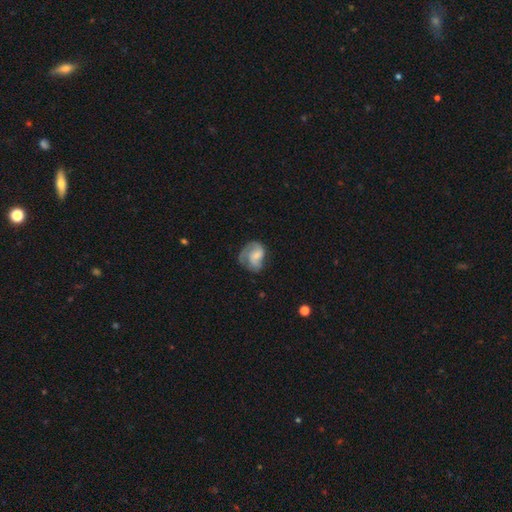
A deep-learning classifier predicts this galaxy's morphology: smooth_or_featured: featured or disk (p=0.55) [alt: smooth p=0.38]
disk_edge_on: no (p=0.97) [alt: yes p=0.03]
bar: no (p=0.60) [alt: weak p=0.32]
has_spiral_arms: yes (p=0.80) [alt: no p=0.20]
bulge_size: small (p=0.38) [alt: moderate p=0.30]
merging: none (p=0.40) [alt: major disturbance p=0.30]